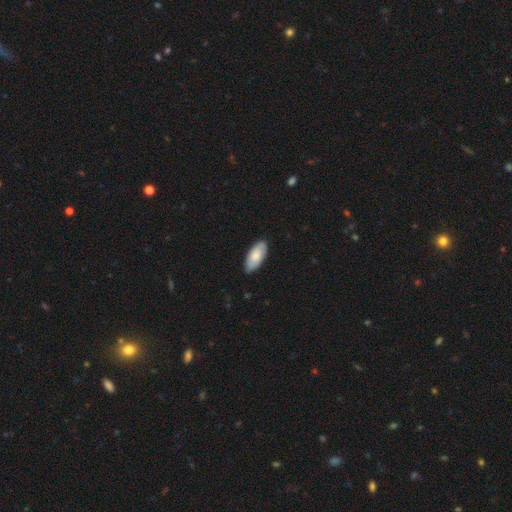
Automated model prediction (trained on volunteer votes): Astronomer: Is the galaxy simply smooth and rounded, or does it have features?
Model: smooth — 72%.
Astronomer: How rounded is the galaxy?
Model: in between — 90%.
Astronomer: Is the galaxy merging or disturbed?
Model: none — 86%.